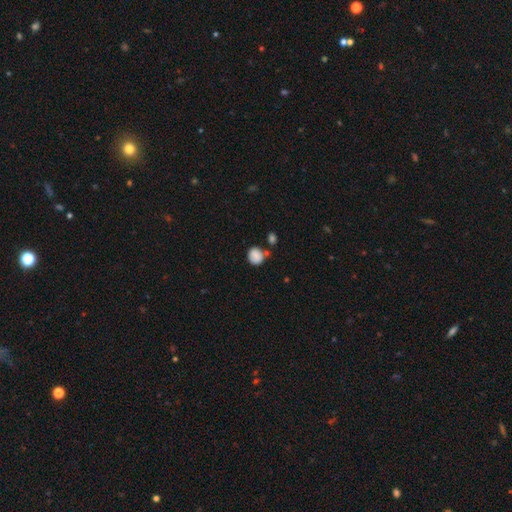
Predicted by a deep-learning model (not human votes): Q: Smooth or featured?
A: smooth (84%); runner-up: star or artifact (8%)
Q: How rounded?
A: round (76%); runner-up: in between (23%)
Q: Merging?
A: none (60%); runner-up: minor disturbance (18%)